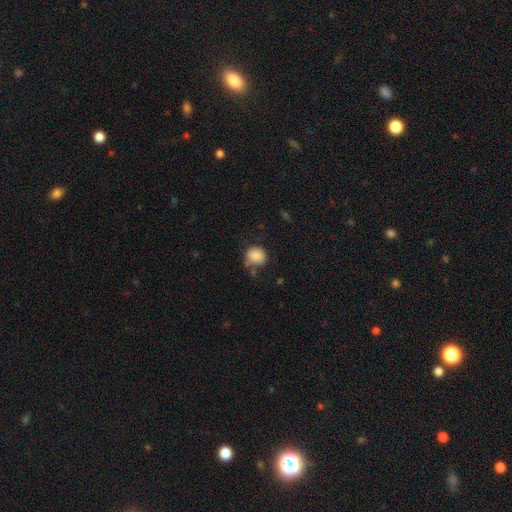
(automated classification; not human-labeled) smooth 86%, star or artifact 8%, featured or disk 5%. Down the decision tree: how rounded — round (79%); merging — none (67%).